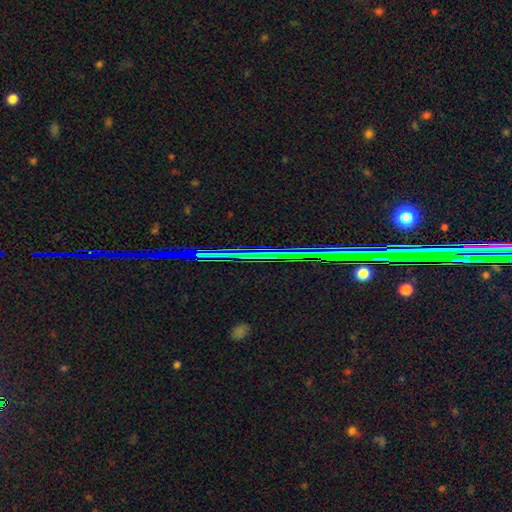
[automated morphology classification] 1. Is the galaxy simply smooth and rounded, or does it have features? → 83% star or artifact, 9% featured or disk, 7% smooth.